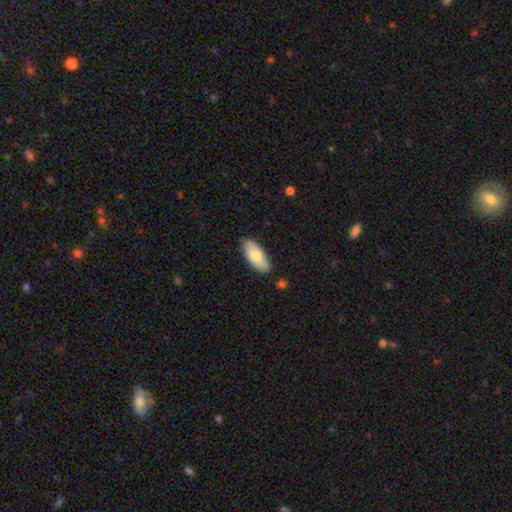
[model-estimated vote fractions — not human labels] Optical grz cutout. It shows a smooth galaxy with no disk features (80%) that is in between round and cigar-shaped (86%). Merging: none (84%).